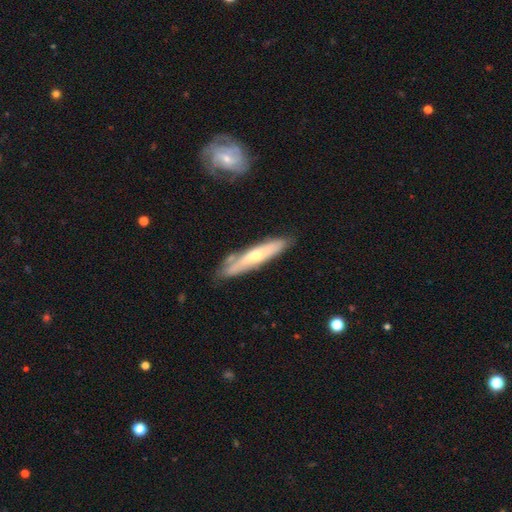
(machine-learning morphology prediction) featured or disk 55%, smooth 39%, star or artifact 6%. Down the decision tree: edge-on disk — yes (68%); merging — none (74%).